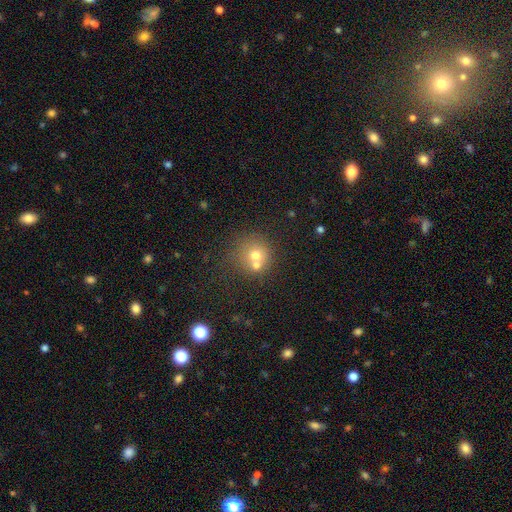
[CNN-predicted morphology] Q: Smooth or featured?
A: smooth (66%); runner-up: featured or disk (20%)
Q: How rounded?
A: round (89%); runner-up: in between (11%)
Q: Merging?
A: merger (44%); tied with: none (44%)